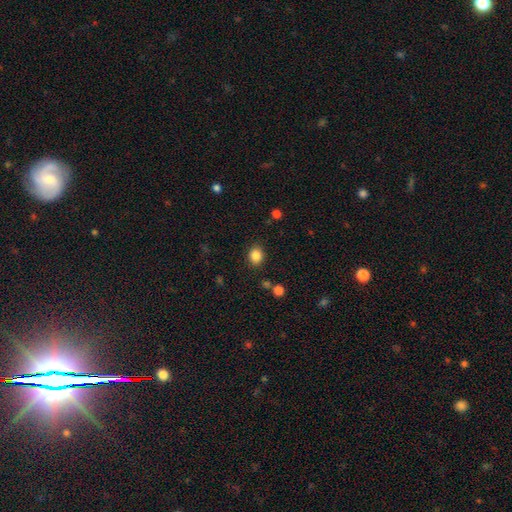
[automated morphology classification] Smooth or featured? Predicted: smooth (p=0.85). How rounded? Predicted: round (p=0.65). Merging? Predicted: none (p=0.87).